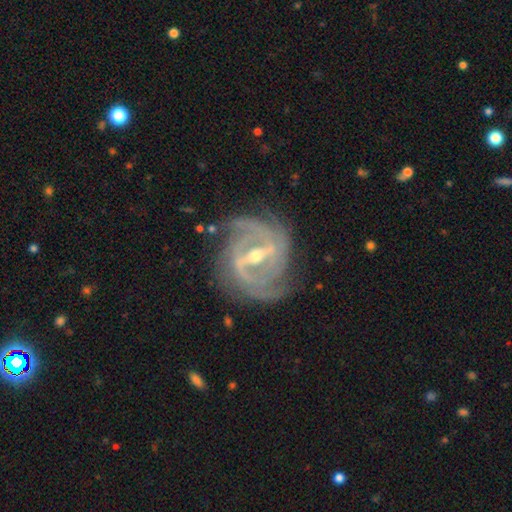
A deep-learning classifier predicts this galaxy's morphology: This appears to be a featured or disk galaxy (92%) with a strong bar (64%), 2 (38%) tight (52%) spiral arms (97%) and a moderate central bulge (52%). Merging: none (75%).